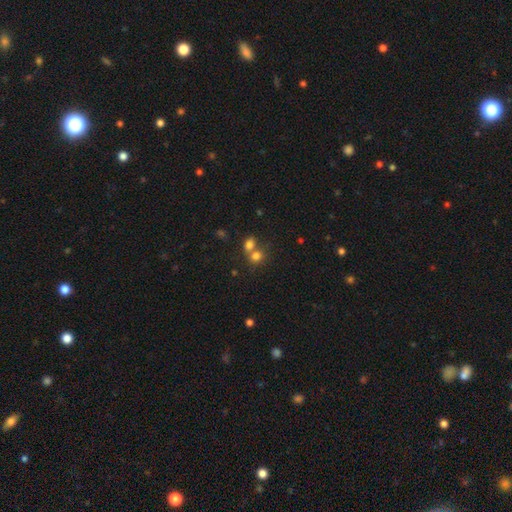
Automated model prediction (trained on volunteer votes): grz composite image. It shows a smooth galaxy with no disk features (76%) that is round (69%). Merging: merger (53%).